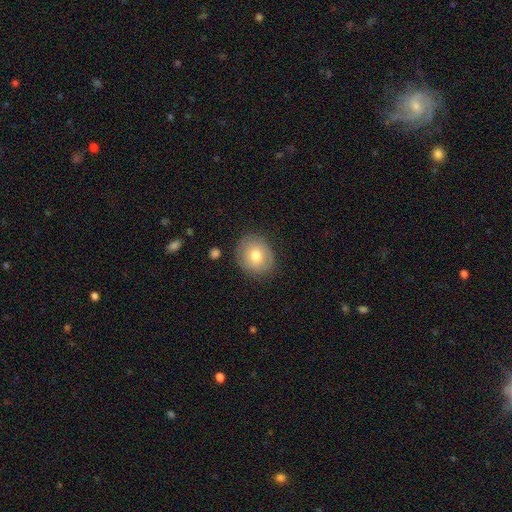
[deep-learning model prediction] Morphology: type=smooth (69%); roundness=round (70%); merging=none (82%).